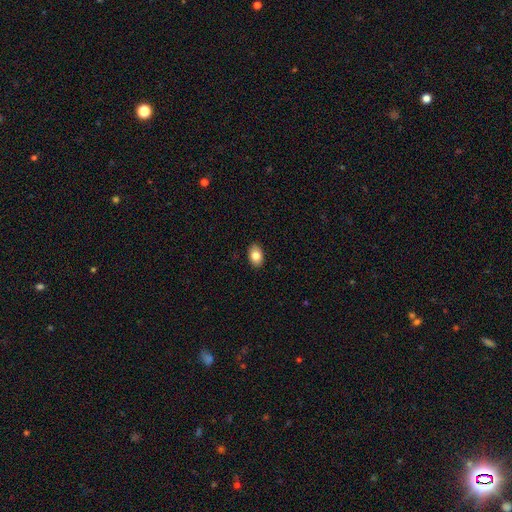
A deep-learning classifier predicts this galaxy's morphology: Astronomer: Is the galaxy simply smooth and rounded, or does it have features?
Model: smooth — 82%.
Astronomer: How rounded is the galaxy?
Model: in between — 86%.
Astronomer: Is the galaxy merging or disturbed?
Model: none — 89%.